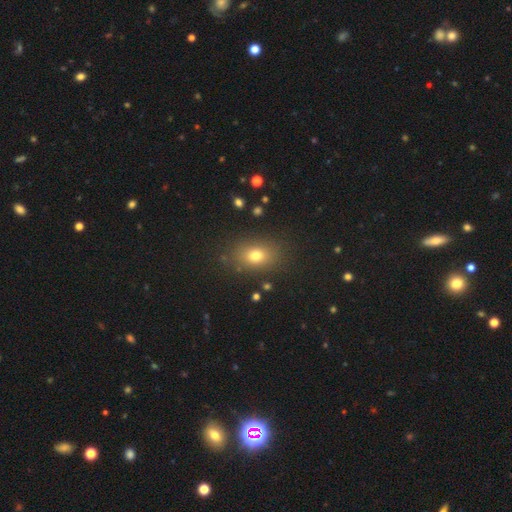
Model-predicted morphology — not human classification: Smooth or featured? Predicted: smooth (p=0.75). How rounded? Predicted: in between (p=0.72). Merging? Predicted: none (p=0.85).